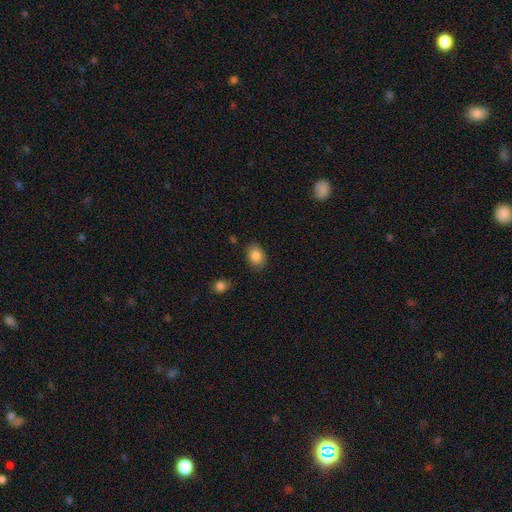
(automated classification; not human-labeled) A smooth galaxy with no disk features (85%) that is in between round and cigar-shaped (64%). Merging: none (83%).